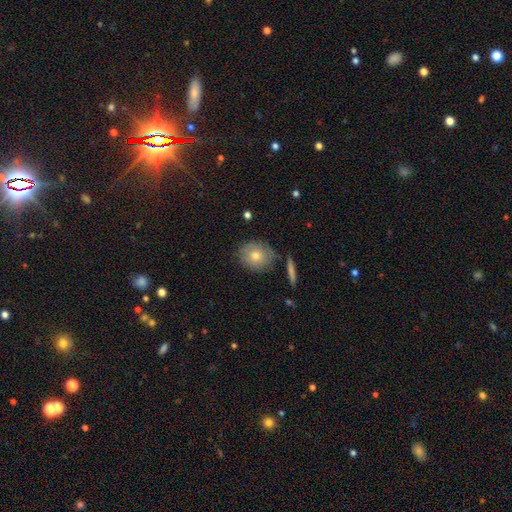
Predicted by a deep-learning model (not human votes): This appears to be a smooth galaxy with no disk features (67%) that is round (79%). Merging: none (78%).